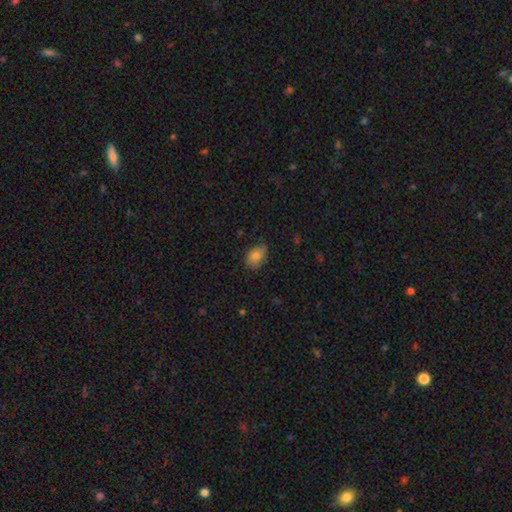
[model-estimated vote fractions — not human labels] Q: Smooth or featured?
A: smooth (83%); runner-up: star or artifact (8%)
Q: How rounded?
A: in between (80%); runner-up: round (18%)
Q: Merging?
A: none (73%); runner-up: minor disturbance (22%)